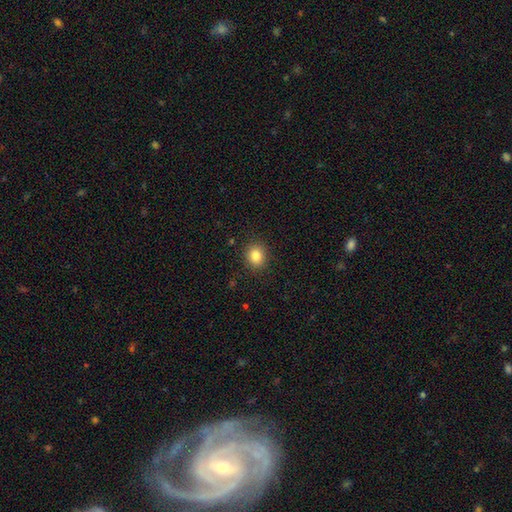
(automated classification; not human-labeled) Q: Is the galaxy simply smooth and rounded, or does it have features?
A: smooth — 84%.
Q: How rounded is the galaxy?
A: round — 73%.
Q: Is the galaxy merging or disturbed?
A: none — 89%.